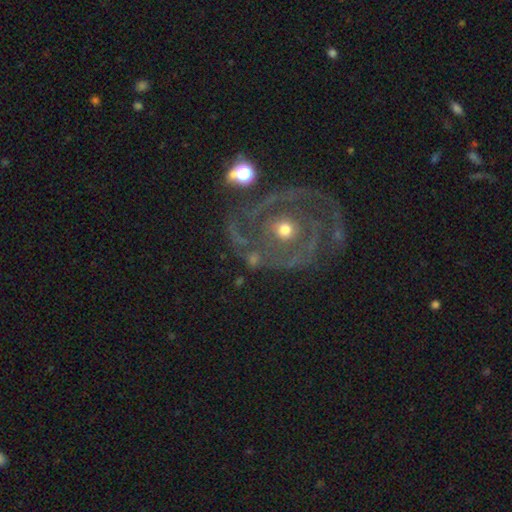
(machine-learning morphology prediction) A featured or disk galaxy (84%) with no bar (80%), 2 (36%) tight (66%) spiral arms (86%) and a moderate central bulge (55%). Merging: none (67%).